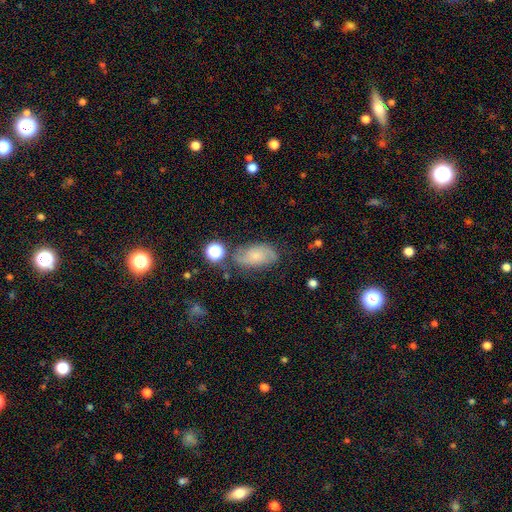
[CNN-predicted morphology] Smooth or featured?
  - featured or disk: 44% * (tied)
  - smooth: 44% * (tied)
  - star or artifact: 12%
Merging?
  - none: 58% *
  - minor disturbance: 25%
  - major disturbance: 10%
  - merger: 6%